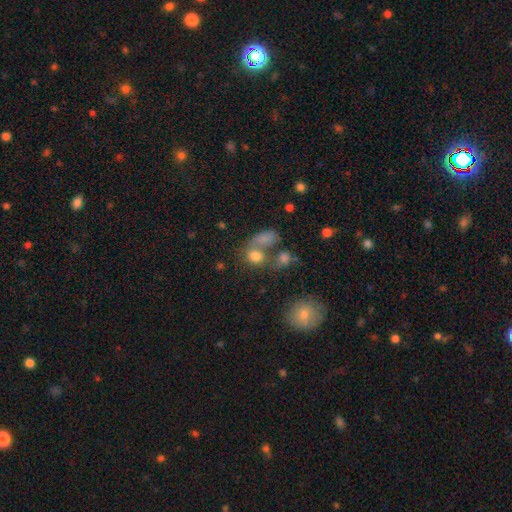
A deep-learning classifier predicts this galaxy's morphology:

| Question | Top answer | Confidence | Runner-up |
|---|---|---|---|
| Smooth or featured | smooth | 76% | star or artifact (13%) |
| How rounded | round | 59% | in between (39%) |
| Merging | merger | 45% | none (34%) |